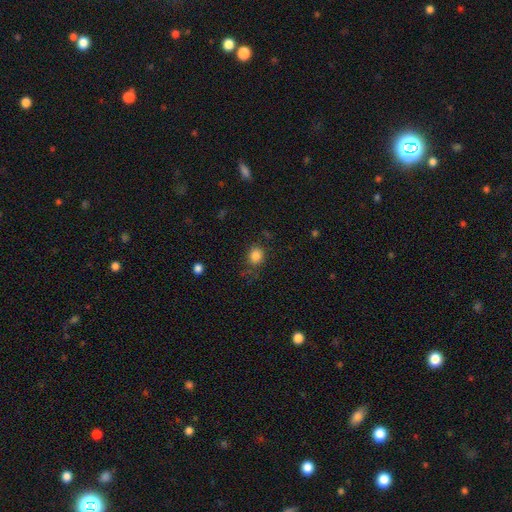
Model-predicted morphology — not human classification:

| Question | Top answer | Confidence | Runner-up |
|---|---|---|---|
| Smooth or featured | smooth | 84% | star or artifact (11%) |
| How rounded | round | 72% | in between (27%) |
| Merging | none | 76% | minor disturbance (16%) |